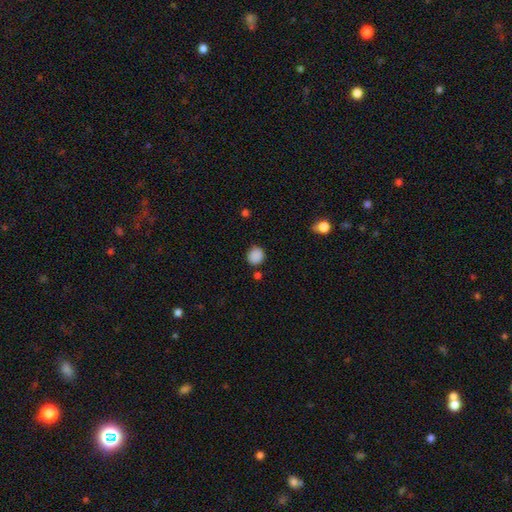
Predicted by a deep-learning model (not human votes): Smooth or featured? Predicted: smooth (p=0.87). How rounded? Predicted: round (p=0.79). Merging? Predicted: none (p=0.81).